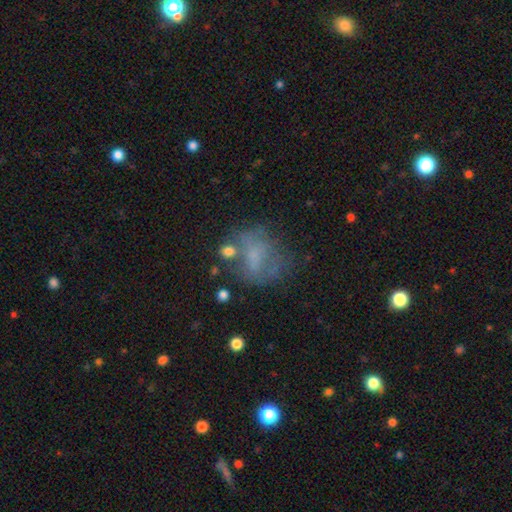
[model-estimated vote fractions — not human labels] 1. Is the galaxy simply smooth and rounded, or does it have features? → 44% smooth, 39% featured or disk, 18% star or artifact.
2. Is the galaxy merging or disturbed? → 46% none, 23% major disturbance, 22% minor disturbance, 9% merger.